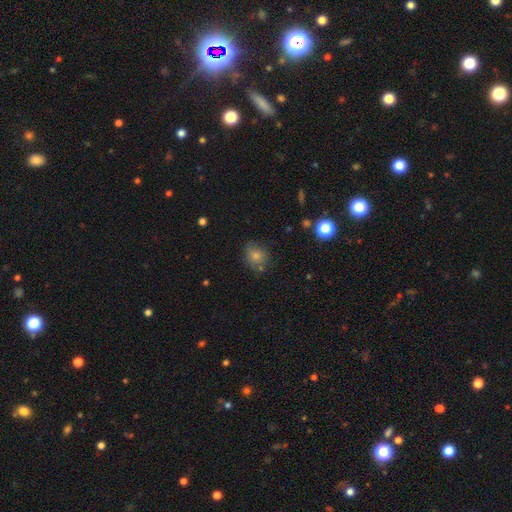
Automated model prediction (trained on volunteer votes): Smooth or featured? smooth (69%)
How rounded? round (76%)
Merging? none (75%)